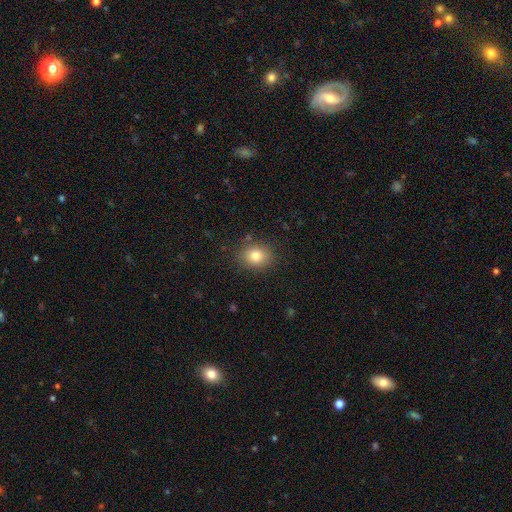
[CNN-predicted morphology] This is clearly a smooth galaxy (81%). How rounded: possibly round (54%). Merging: clearly none (85%).